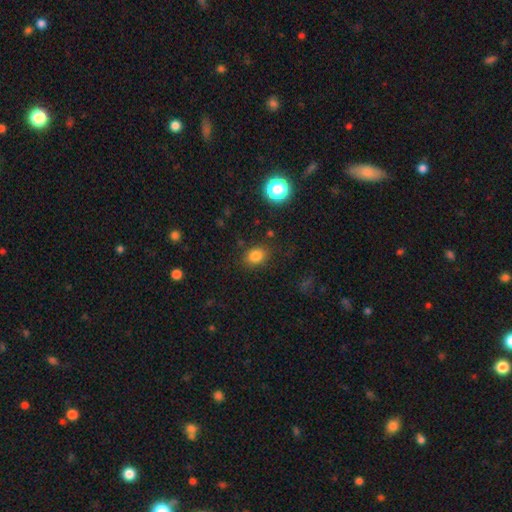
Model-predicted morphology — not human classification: Smooth or featured? Predicted: smooth (p=0.81). How rounded? Predicted: in between (p=0.58). Merging? Predicted: none (p=0.83).